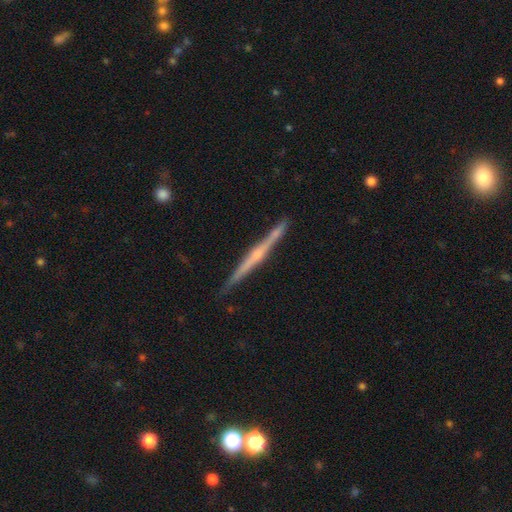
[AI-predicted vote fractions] Smooth or featured? Predicted: featured or disk (p=0.76). Edge-on disk? Predicted: yes (p=0.98). Edge-on bulge? Predicted: rounded (p=0.59). Merging? Predicted: none (p=0.88).